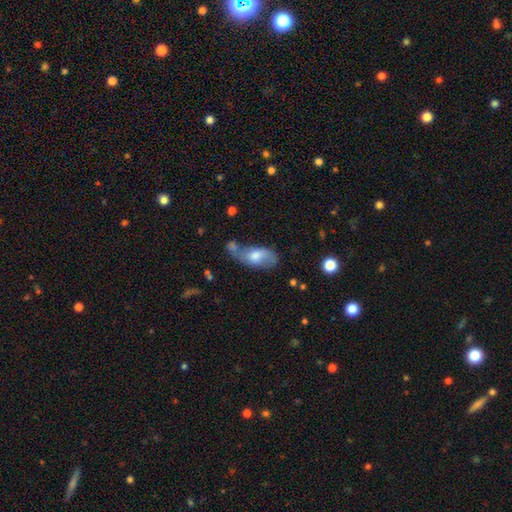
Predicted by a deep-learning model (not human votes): Smooth or featured? smooth (53%)
How rounded? in between (88%)
Merging? none (42%)